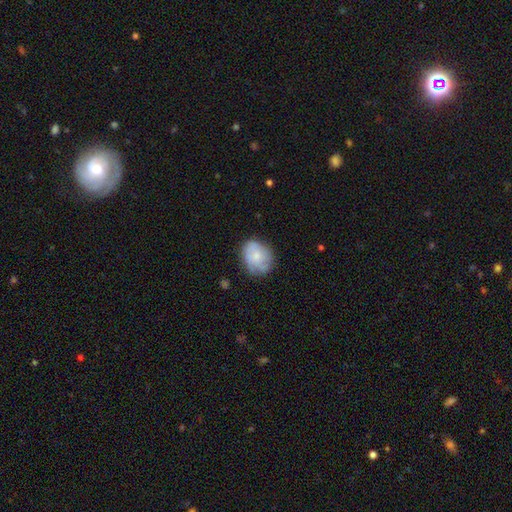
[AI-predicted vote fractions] A smooth galaxy with no disk features (61%) that is in between round and cigar-shaped (50%).

Vote fractions:
- Smooth or featured? smooth: 61% / featured or disk: 32% / star or artifact: 7%
- How rounded? in between: 50% / round: 49% / cigar-shaped: 1%
- Merging? none: 66% / minor disturbance: 25% / major disturbance: 7% / merger: 2%